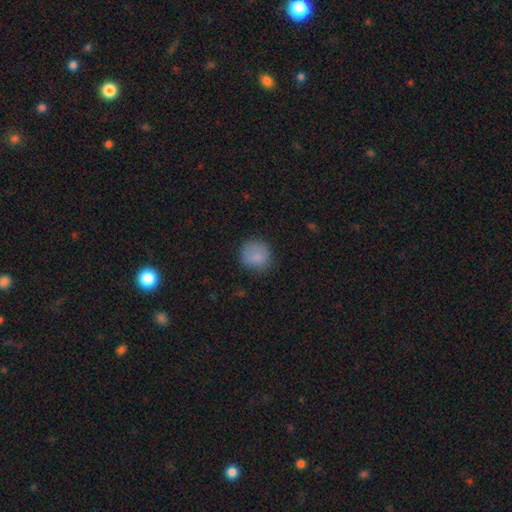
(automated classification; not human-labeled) Smooth or featured? smooth (84%)
How rounded? round (88%)
Merging? none (79%)